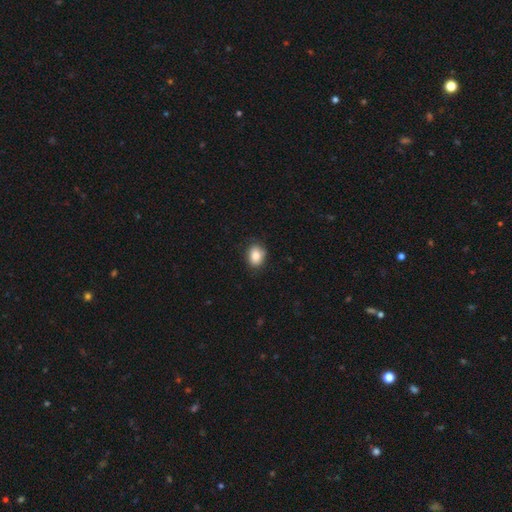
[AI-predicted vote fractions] A smooth galaxy with no disk features (85%) that is in between round and cigar-shaped (61%).

Vote fractions:
- Smooth or featured? smooth: 85% / star or artifact: 9% / featured or disk: 7%
- How rounded? in between: 61% / round: 38% / cigar-shaped: 1%
- Merging? none: 81% / minor disturbance: 15% / major disturbance: 3% / merger: 1%